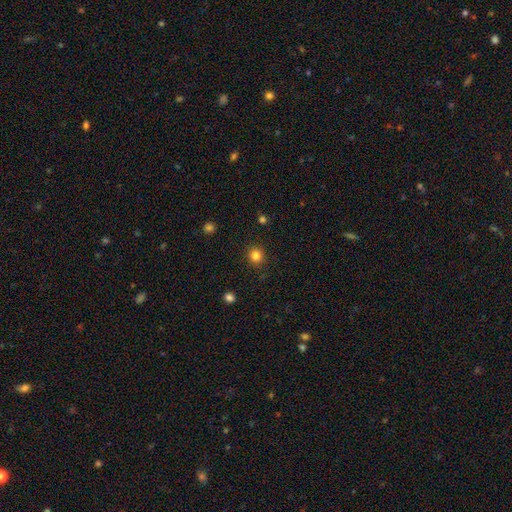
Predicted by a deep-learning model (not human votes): A smooth galaxy with no disk features (83%) that is round (92%). Merging: none (91%).